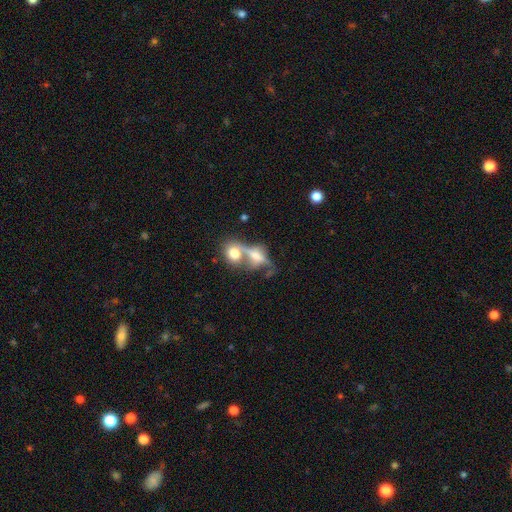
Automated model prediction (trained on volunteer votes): smooth_or_featured: smooth (p=0.52) [alt: featured or disk p=0.36]
how_rounded: in between (p=0.59) [alt: round p=0.29]
merging: merger (p=0.57) [alt: none p=0.22]